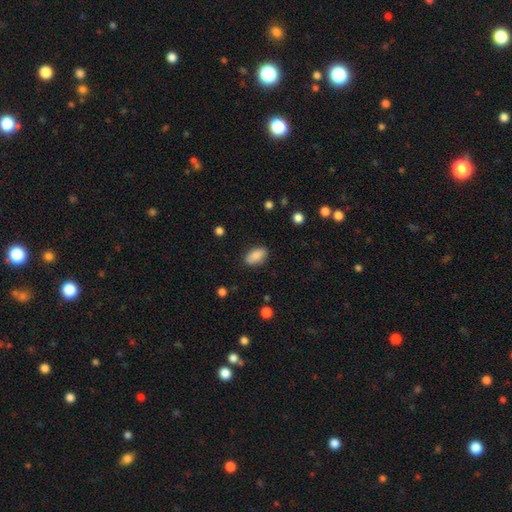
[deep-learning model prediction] Smooth or featured?
  - smooth: 87% *
  - star or artifact: 7%
  - featured or disk: 6%
How rounded?
  - in between: 92% *
  - round: 4%
  - cigar-shaped: 4%
Merging?
  - none: 85% *
  - minor disturbance: 11%
  - major disturbance: 3%
  - merger: 1%